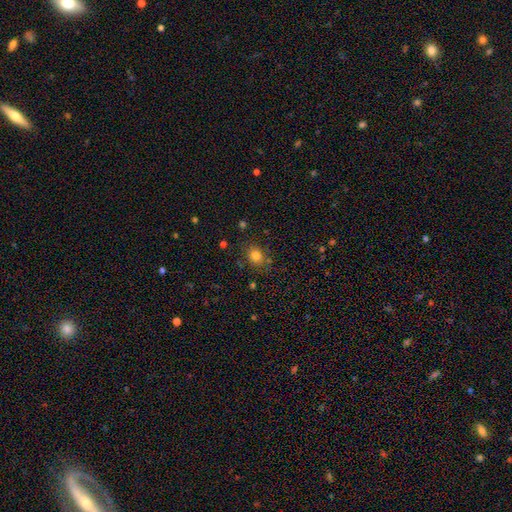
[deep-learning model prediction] Smooth or featured? Predicted: smooth (p=0.79). How rounded? Predicted: round (p=0.59). Merging? Predicted: none (p=0.77).